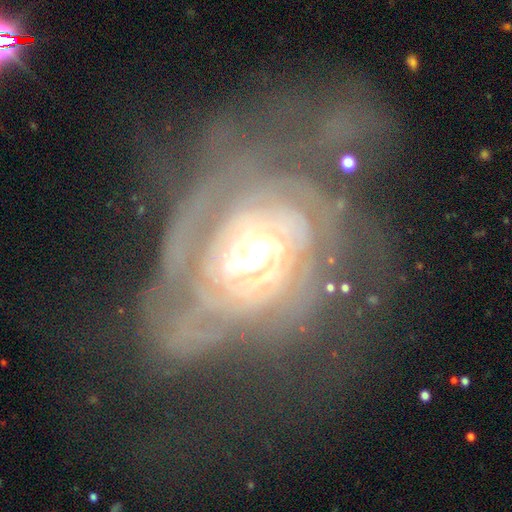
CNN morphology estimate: smooth-or-featured: featured or disk: 84% | smooth: 9% | star or artifact: 7%
  disk-edge-on: no: 96% | yes: 4%
    bar: no: 71% | weak: 21% | strong: 8%
    has-spiral-arms: yes: 84% | no: 16%
      spiral-winding: tight: 71% | medium: 21% | loose: 9%
      spiral-arm-count: can't tell: 48% | 2: 17% | 3: 11% | 4: 8% | more than 4: 8% | 1: 7%
    bulge-size: moderate: 63% | large: 19% | small: 13% | dominant: 3% | none: 1%
  merging: major disturbance: 40% | none: 36% | minor disturbance: 19% | merger: 4%